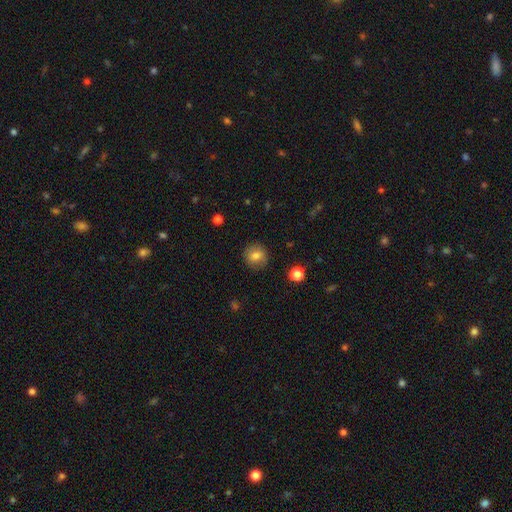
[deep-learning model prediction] A smooth galaxy with no disk features (79%) that is round (88%). Merging: none (88%).